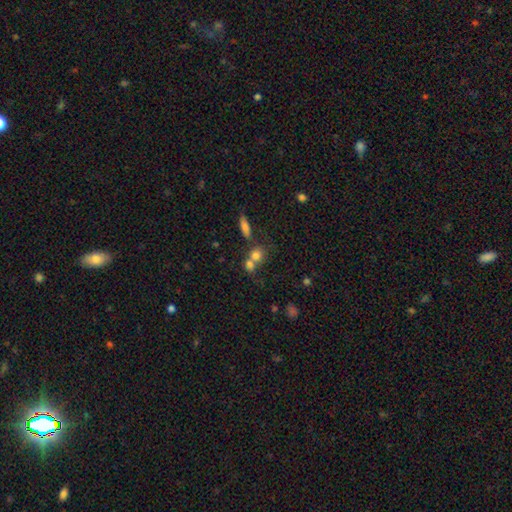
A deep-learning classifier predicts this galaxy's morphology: Smooth or featured? Predicted: smooth (p=0.74). How rounded? Predicted: round (p=0.73). Merging? Predicted: merger (p=0.49).